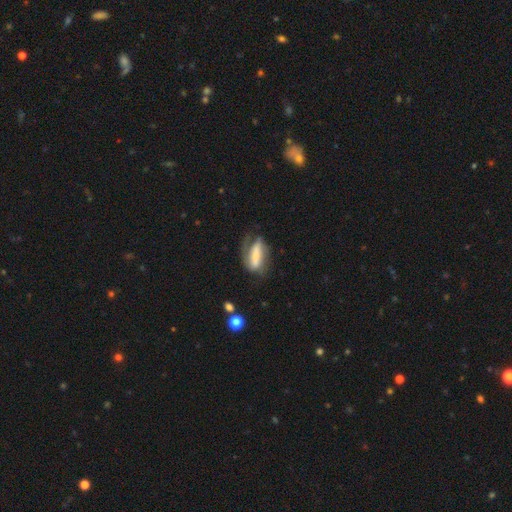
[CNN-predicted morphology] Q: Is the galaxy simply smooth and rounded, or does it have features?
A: featured or disk — 56%.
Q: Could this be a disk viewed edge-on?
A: no — 81%.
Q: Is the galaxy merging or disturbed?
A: none — 49%.